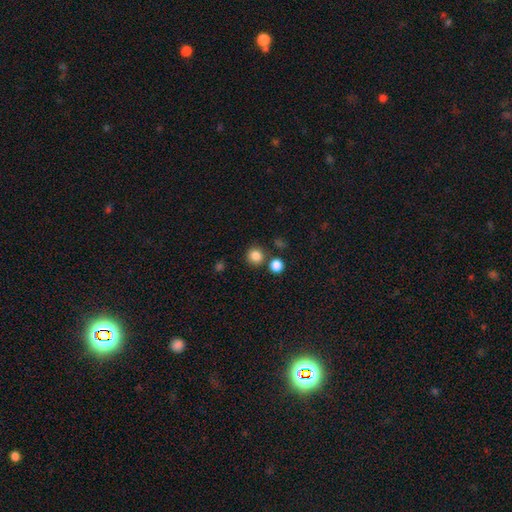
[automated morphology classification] A smooth galaxy with no disk features (84%) that is round (92%). Merging: none (81%).